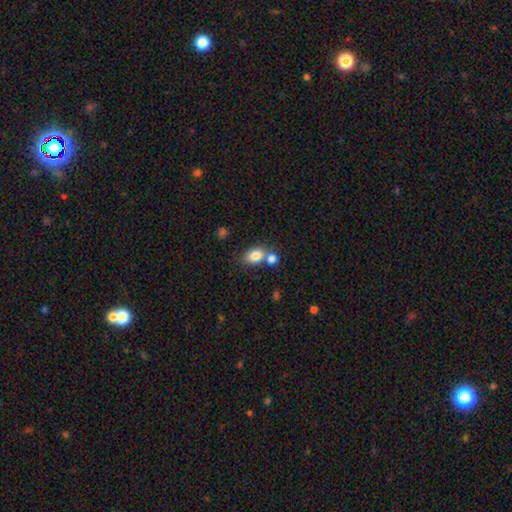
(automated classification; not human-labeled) This appears to be a smooth galaxy with no disk features (82%) that is in between round and cigar-shaped (77%). Merging: none (45%).